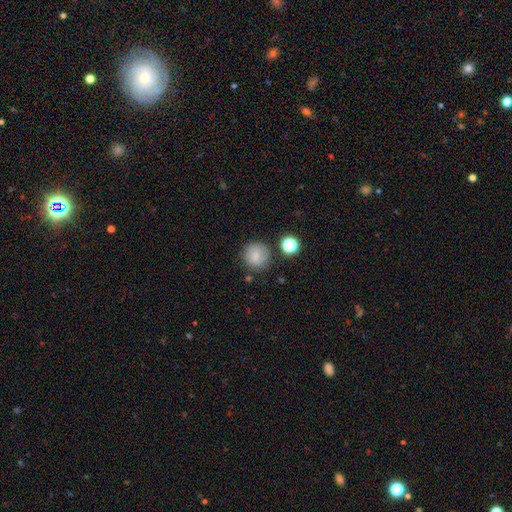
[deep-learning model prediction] This is clearly a smooth galaxy (83%). How rounded: clearly round (93%). Merging: clearly none (81%).